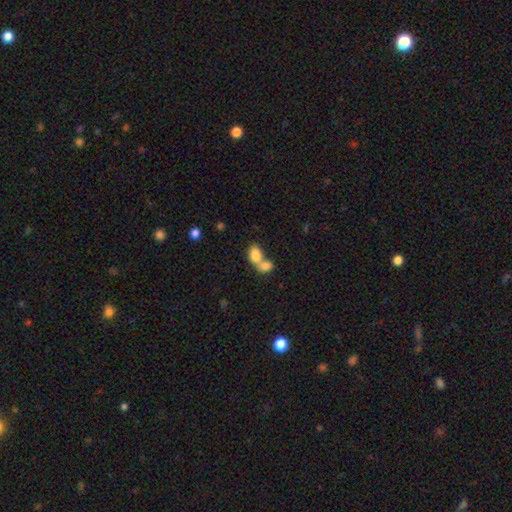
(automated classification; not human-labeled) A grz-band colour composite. It shows a smooth galaxy with no disk features (81%) that is in between round and cigar-shaped (82%). Merging: merger (71%).